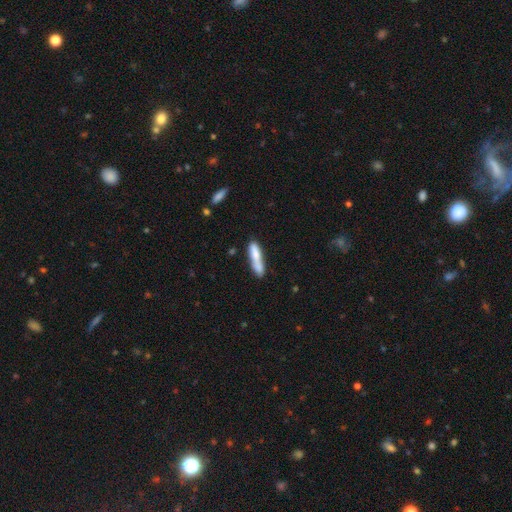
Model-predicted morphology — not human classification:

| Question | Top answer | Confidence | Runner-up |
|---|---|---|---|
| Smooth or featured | smooth | 74% | featured or disk (20%) |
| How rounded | cigar-shaped | 81% | in between (17%) |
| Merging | none | 53% | minor disturbance (20%) |